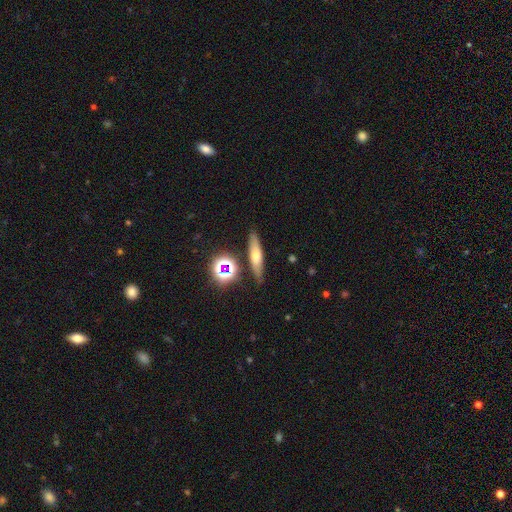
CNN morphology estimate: This appears to be a smooth galaxy with no disk features (49%). Merging: none (82%).